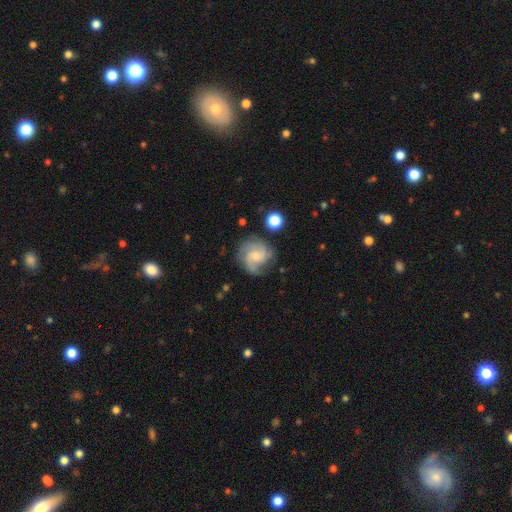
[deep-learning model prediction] smooth_or_featured: featured or disk (p=0.79) [alt: smooth p=0.14]
disk_edge_on: no (p=0.98) [alt: yes p=0.02]
bar: no (p=0.61) [alt: weak p=0.34]
has_spiral_arms: yes (p=0.96) [alt: no p=0.04]
spiral_winding: medium (p=0.48) [alt: tight p=0.36]
spiral_arm_count: 3 (p=0.46) [alt: 2 p=0.20]
bulge_size: small (p=0.57) [alt: moderate p=0.34]
merging: none (p=0.72) [alt: minor disturbance p=0.18]